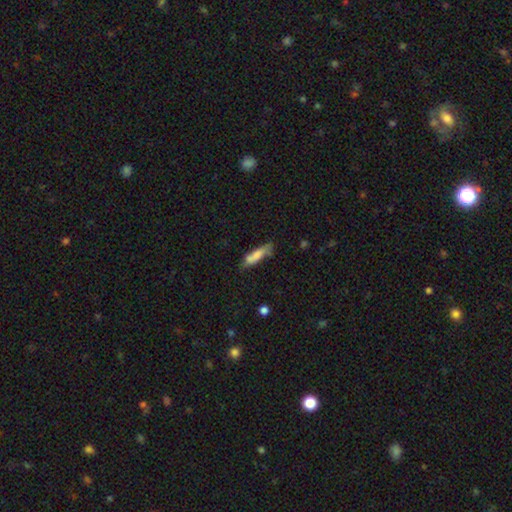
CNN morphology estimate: Overall: smooth (74%). How rounded: cigar-shaped (72%). Merging: none (58%; minor disturbance 26%).